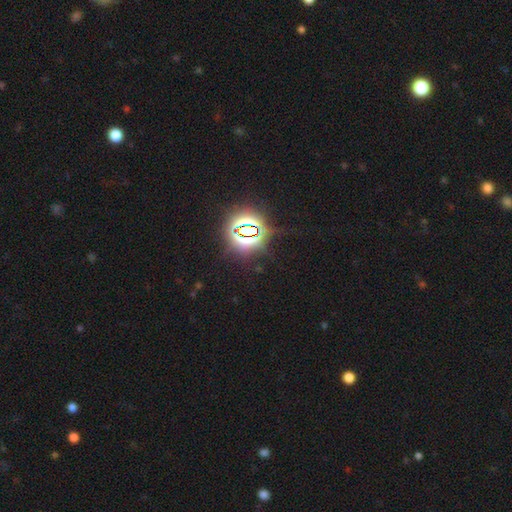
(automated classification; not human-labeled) star or artifact 85%, smooth 10%, featured or disk 5%.